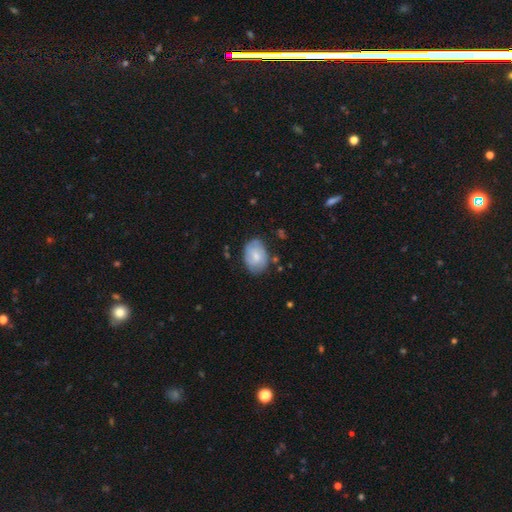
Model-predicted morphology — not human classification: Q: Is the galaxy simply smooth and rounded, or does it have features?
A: smooth — 63%.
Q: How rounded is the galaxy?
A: in between — 73%.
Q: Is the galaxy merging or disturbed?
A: none — 70%.